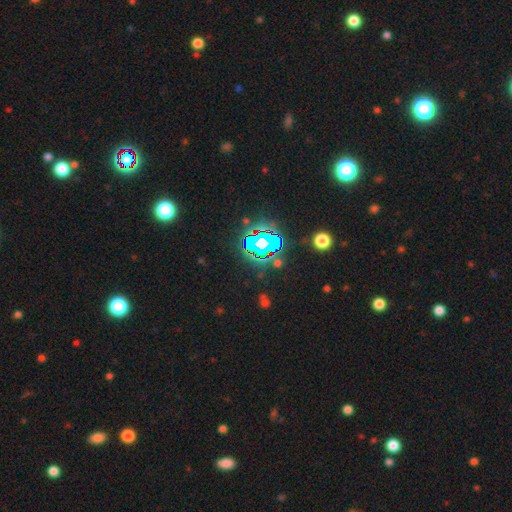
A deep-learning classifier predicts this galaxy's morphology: A star or artifact, not a galaxy (83%).